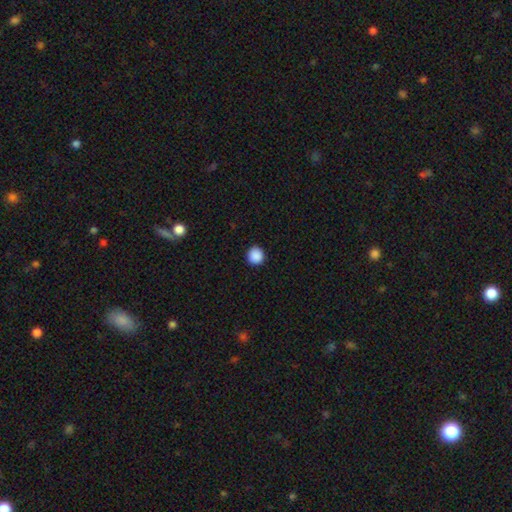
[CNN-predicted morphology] Smooth or featured? Predicted: smooth (p=0.89). How rounded? Predicted: round (p=0.95). Merging? Predicted: none (p=0.93).